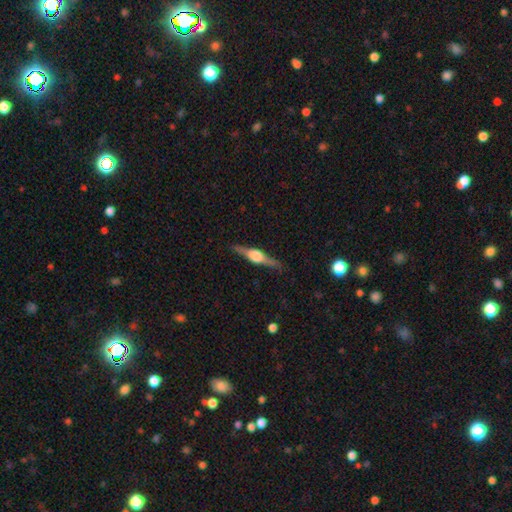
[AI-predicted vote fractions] featured or disk 82%, smooth 13%, star or artifact 5%. Down the decision tree: edge-on disk — yes (98%); edge-on bulge — rounded (90%); merging — none (88%).